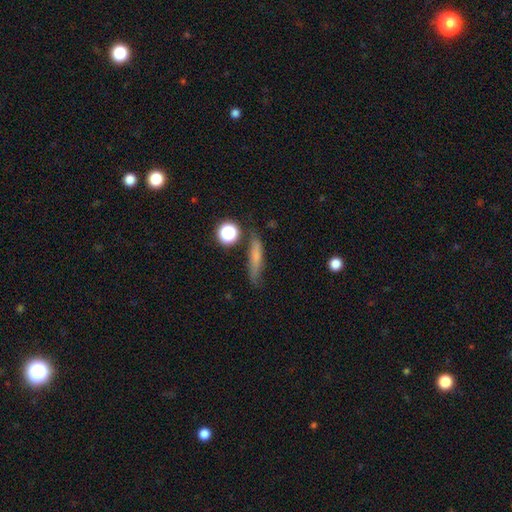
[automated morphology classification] A smooth galaxy with no disk features (65%) that is cigar-shaped (80%). Merging: none (73%).